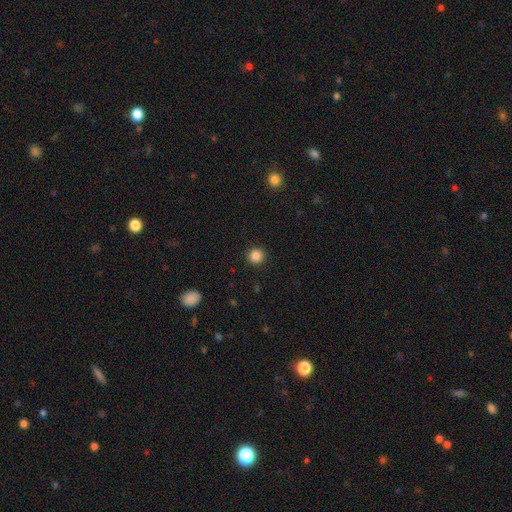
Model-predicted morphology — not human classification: Q: Smooth or featured?
A: smooth (86%); runner-up: star or artifact (11%)
Q: How rounded?
A: round (94%); runner-up: in between (5%)
Q: Merging?
A: none (92%); runner-up: minor disturbance (5%)